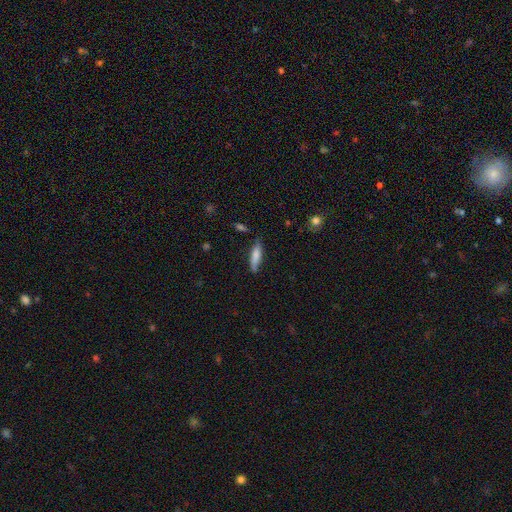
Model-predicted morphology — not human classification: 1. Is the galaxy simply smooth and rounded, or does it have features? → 77% smooth, 16% featured or disk, 6% star or artifact.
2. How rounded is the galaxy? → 69% cigar-shaped, 30% in between, 2% round.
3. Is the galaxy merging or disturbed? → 73% none, 20% minor disturbance, 4% major disturbance, 3% merger.